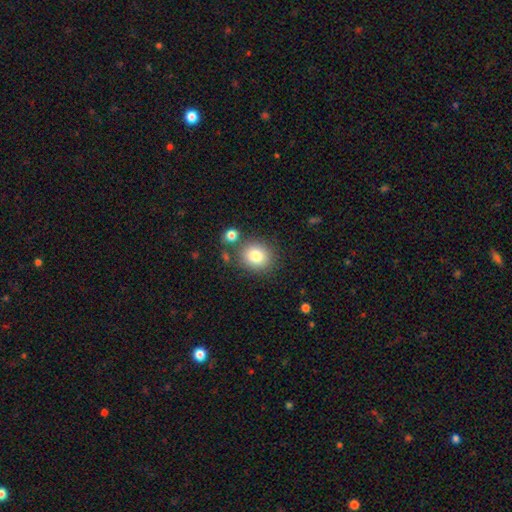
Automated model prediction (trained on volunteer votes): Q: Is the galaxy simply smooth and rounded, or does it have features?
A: smooth — 81%.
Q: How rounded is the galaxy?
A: round — 76%.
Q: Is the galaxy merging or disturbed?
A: none — 73%.